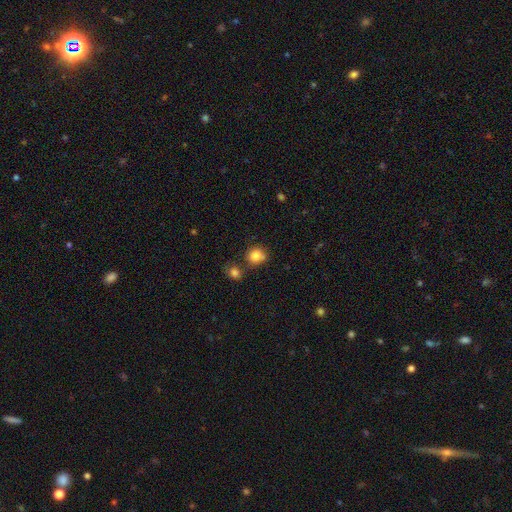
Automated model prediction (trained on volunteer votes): A smooth galaxy with no disk features (83%) that is round (77%).

Vote fractions:
- Smooth or featured? smooth: 83% / star or artifact: 11% / featured or disk: 6%
- How rounded? round: 77% / in between: 22% / cigar-shaped: 1%
- Merging? none: 64% / minor disturbance: 17% / merger: 15% / major disturbance: 5%